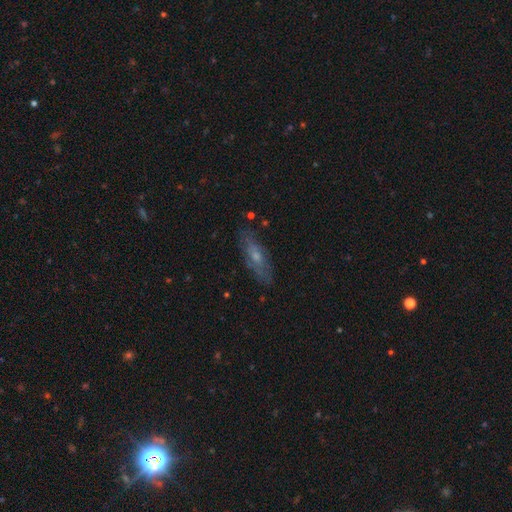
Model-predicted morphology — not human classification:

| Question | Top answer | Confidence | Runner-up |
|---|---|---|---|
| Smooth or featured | featured or disk | 51% | smooth (38%) |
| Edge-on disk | no | 54% | yes (46%) |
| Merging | none | 80% | minor disturbance (15%) |